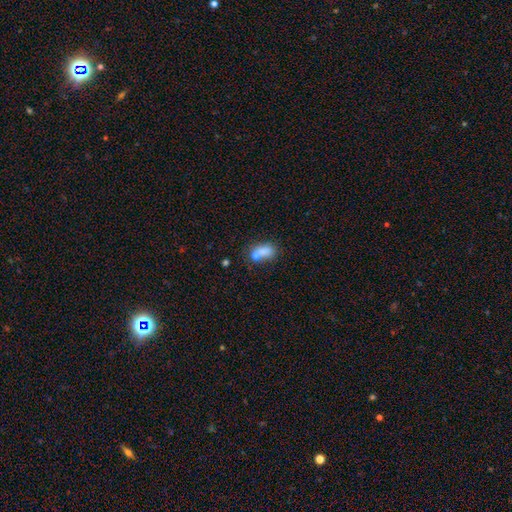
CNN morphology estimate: Overall: smooth (73%). How rounded: in between (72%). Merging: merger (49%; none 31%).